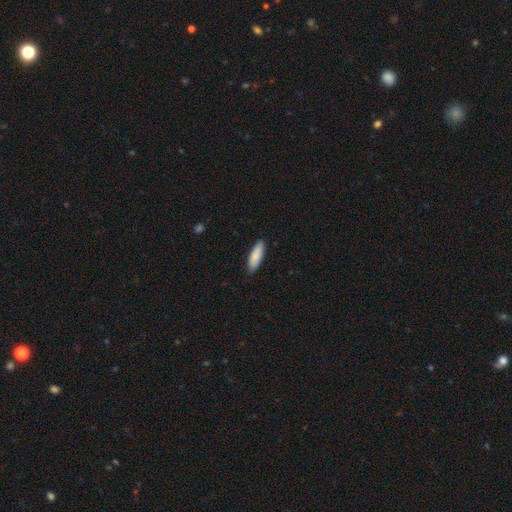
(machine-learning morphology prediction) Smooth or featured?
  - smooth: 85% *
  - featured or disk: 9%
  - star or artifact: 5%
How rounded?
  - in between: 53% *
  - cigar-shaped: 45%
  - round: 2%
Merging?
  - none: 88% *
  - minor disturbance: 9%
  - major disturbance: 2%
  - merger: 1%